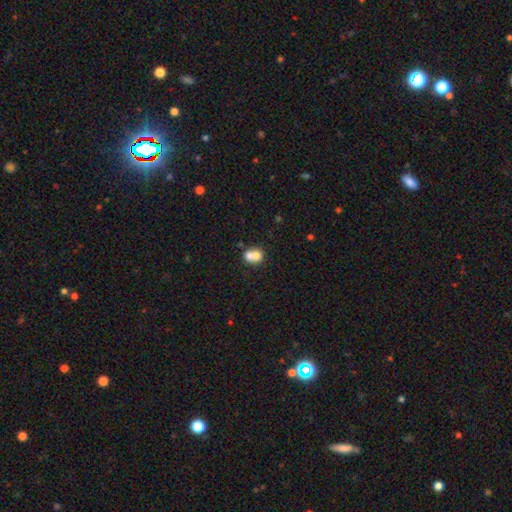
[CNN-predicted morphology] A smooth galaxy with no disk features (68%) that is round (66%).

Vote fractions:
- Smooth or featured? smooth: 68% / featured or disk: 22% / star or artifact: 10%
- How rounded? round: 66% / in between: 33% / cigar-shaped: 1%
- Merging? merger: 65% / none: 26% / minor disturbance: 6% / major disturbance: 3%